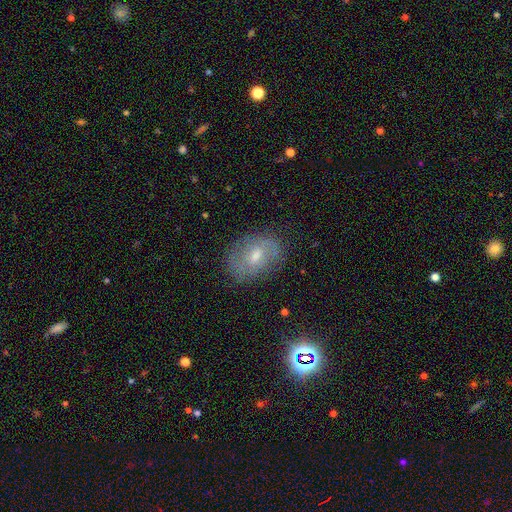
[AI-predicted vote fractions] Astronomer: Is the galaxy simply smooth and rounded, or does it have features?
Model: featured or disk — 53% (runner-up: smooth, 31%).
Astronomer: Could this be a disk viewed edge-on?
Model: no — 95%.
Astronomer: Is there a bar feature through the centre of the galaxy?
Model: no — 48% (runner-up: weak, 43%).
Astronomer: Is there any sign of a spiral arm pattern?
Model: yes — 72%.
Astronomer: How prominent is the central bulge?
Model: moderate — 58% (runner-up: small, 35%).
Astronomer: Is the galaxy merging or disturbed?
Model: none — 78%.